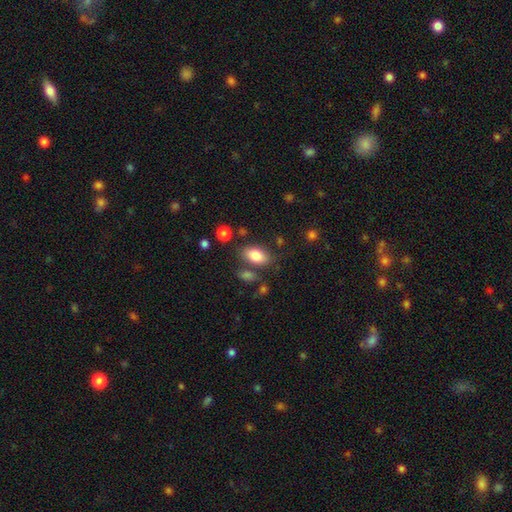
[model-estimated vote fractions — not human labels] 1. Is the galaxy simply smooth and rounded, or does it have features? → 83% smooth, 10% featured or disk, 8% star or artifact.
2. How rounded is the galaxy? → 91% in between, 7% round, 3% cigar-shaped.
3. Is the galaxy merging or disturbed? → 73% none, 15% minor disturbance, 8% merger, 5% major disturbance.